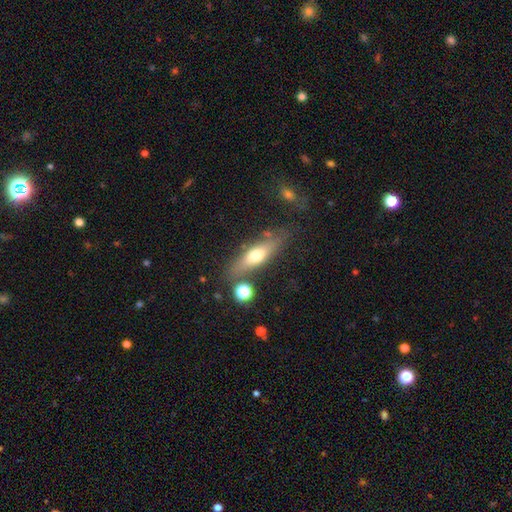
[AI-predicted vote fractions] Overall: smooth (56%; featured or disk 36%). How rounded: cigar-shaped (58%; in between 39%). Merging: none (73%).